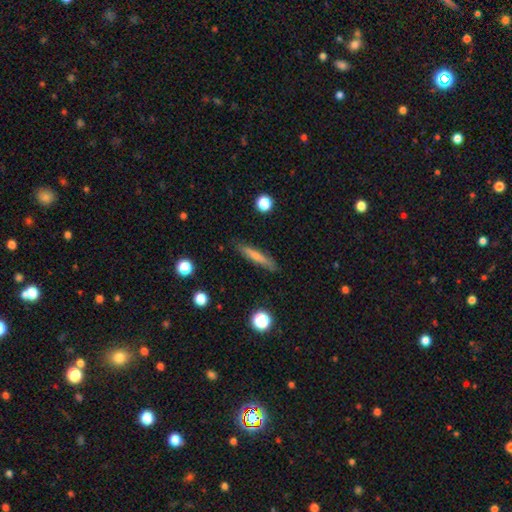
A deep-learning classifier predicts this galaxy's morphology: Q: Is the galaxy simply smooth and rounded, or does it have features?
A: smooth — 59%.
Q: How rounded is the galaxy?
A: cigar-shaped — 91%.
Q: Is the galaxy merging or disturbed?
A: none — 87%.